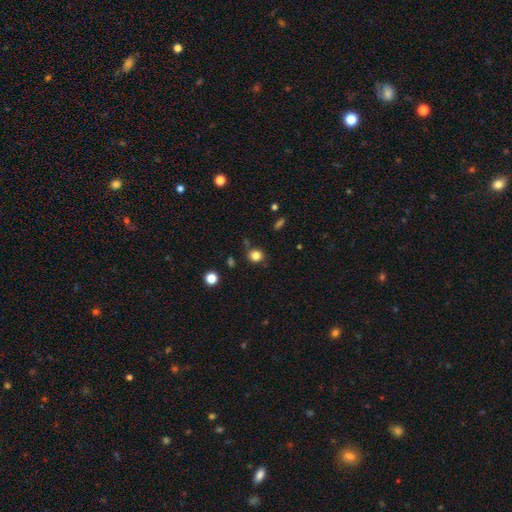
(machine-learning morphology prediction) type=smooth (82%); roundness=round (87%); merging=none (82%).